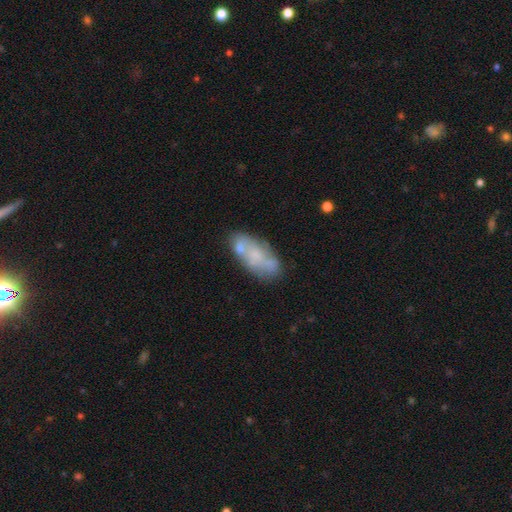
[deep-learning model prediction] smooth-or-featured: smooth: 47% | featured or disk: 45% | star or artifact: 8%
  merging: none: 54% | minor disturbance: 21% | merger: 17% | major disturbance: 8%